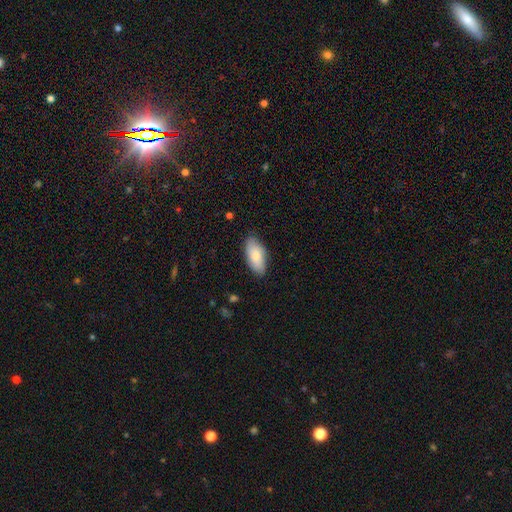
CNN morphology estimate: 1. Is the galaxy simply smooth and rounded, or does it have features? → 80% smooth, 14% featured or disk, 6% star or artifact.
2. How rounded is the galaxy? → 92% in between, 6% cigar-shaped, 2% round.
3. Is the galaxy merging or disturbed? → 82% none, 14% minor disturbance, 2% major disturbance, 1% merger.